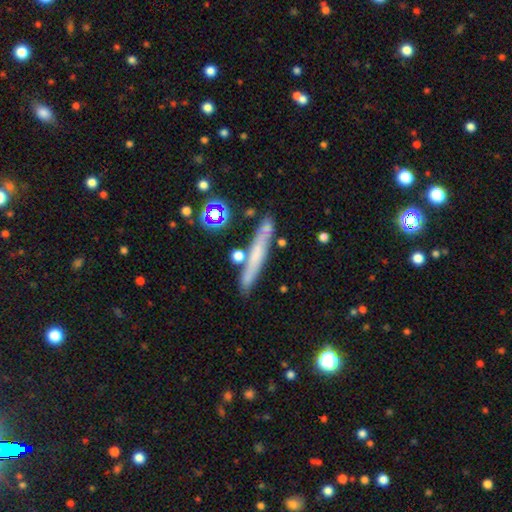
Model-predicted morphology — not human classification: A smooth galaxy with no disk features (52%) that is cigar-shaped (93%). Merging: none (78%).